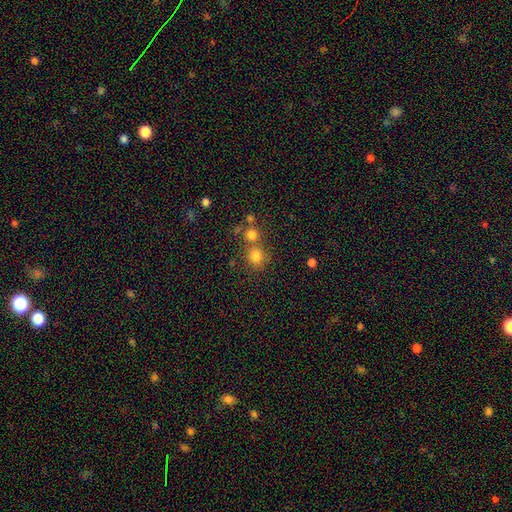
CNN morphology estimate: smooth 78%, star or artifact 14%, featured or disk 7%. Down the decision tree: how rounded — round (81%); merging — none (56%).